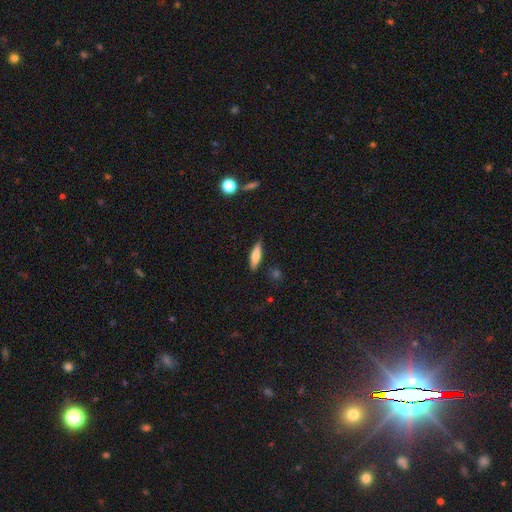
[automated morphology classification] smooth-or-featured: smooth: 69% | featured or disk: 24% | star or artifact: 7%
  how-rounded: cigar-shaped: 68% | in between: 30% | round: 2%
  merging: none: 83% | minor disturbance: 12% | major disturbance: 3% | merger: 2%